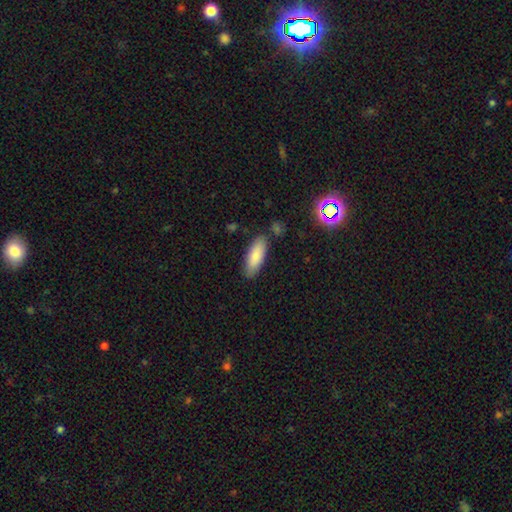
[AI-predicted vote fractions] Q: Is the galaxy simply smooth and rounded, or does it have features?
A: smooth — 85%.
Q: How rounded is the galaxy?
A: in between — 67%.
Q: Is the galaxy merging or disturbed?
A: none — 83%.